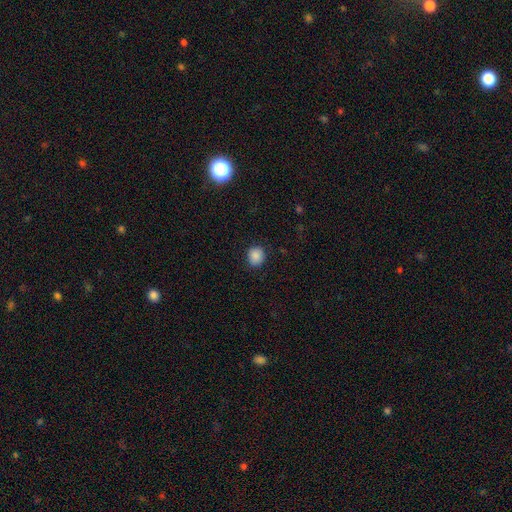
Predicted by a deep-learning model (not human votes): This is clearly a smooth galaxy (87%). How rounded: likely round (75%). Merging: clearly none (86%).